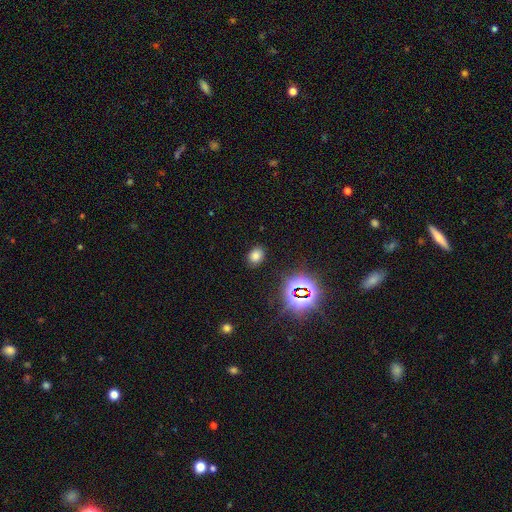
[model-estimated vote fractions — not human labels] A smooth galaxy with no disk features (72%) that is in between round and cigar-shaped (62%). Merging: none (86%).